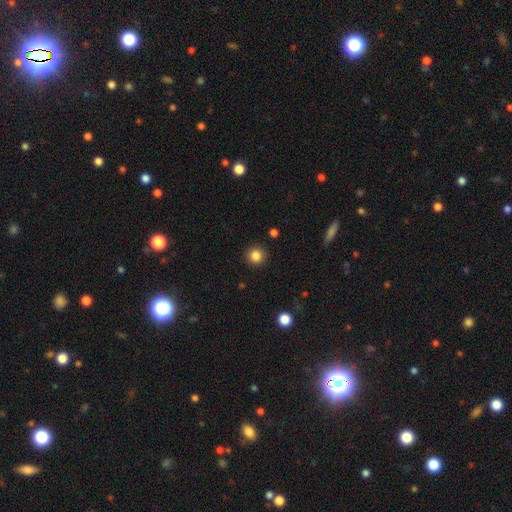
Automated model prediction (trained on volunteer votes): A smooth galaxy with no disk features (85%) that is round (94%).

Vote fractions:
- Smooth or featured? smooth: 85% / star or artifact: 11% / featured or disk: 4%
- How rounded? round: 94% / in between: 5% / cigar-shaped: 1%
- Merging? none: 92% / minor disturbance: 5% / major disturbance: 2% / merger: 1%